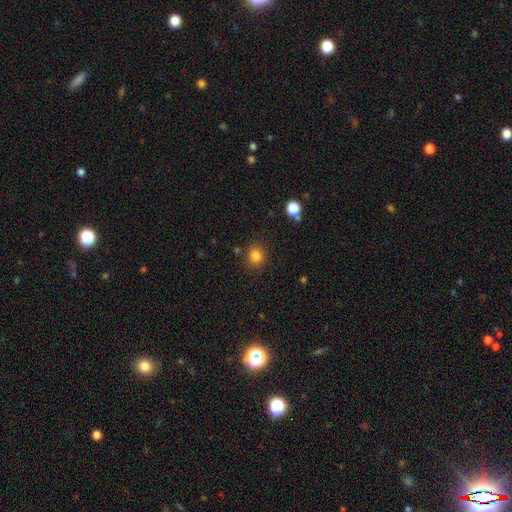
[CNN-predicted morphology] A smooth galaxy with no disk features (83%) that is round (77%). Merging: none (85%).